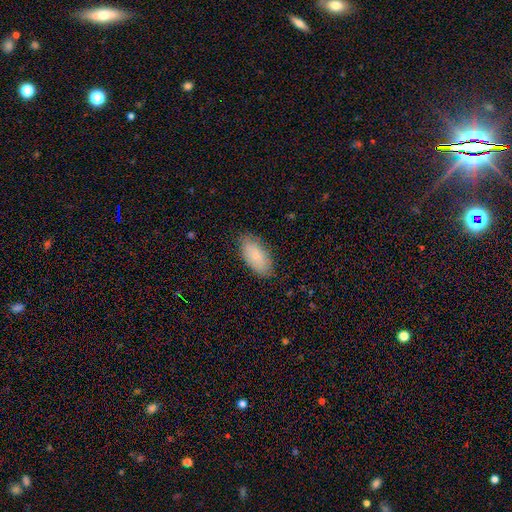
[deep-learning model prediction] Smooth or featured? Predicted: smooth (p=0.78). How rounded? Predicted: in between (p=0.92). Merging? Predicted: none (p=0.82).